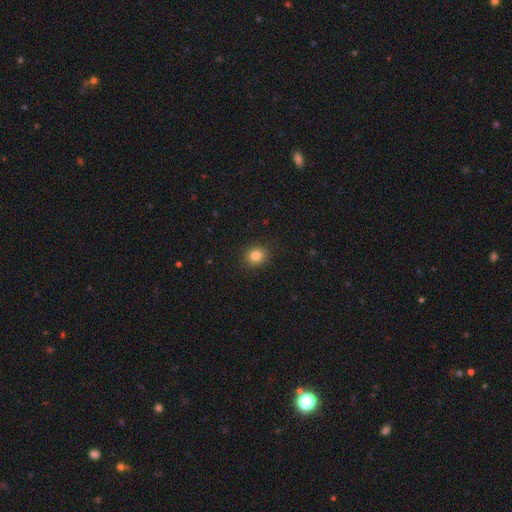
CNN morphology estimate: Smooth or featured? smooth (83%)
How rounded? round (80%)
Merging? none (90%)